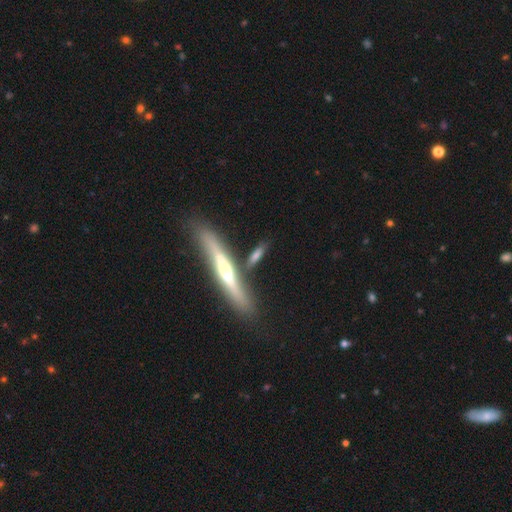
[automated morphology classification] This appears to be a featured or disk galaxy (52%) viewed edge-on (88%). Merging: none (69%).